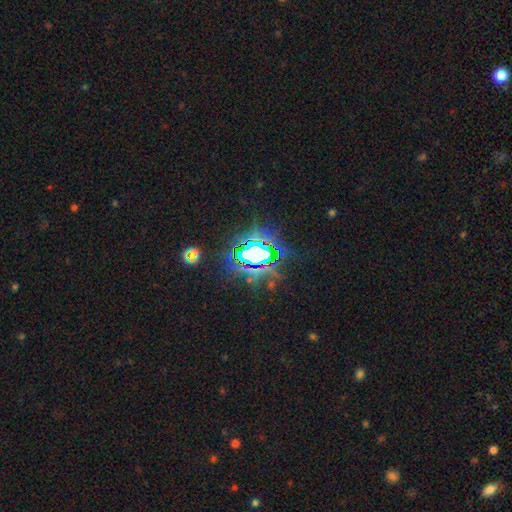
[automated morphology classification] Q: Smooth or featured?
A: star or artifact (74%); runner-up: featured or disk (13%)